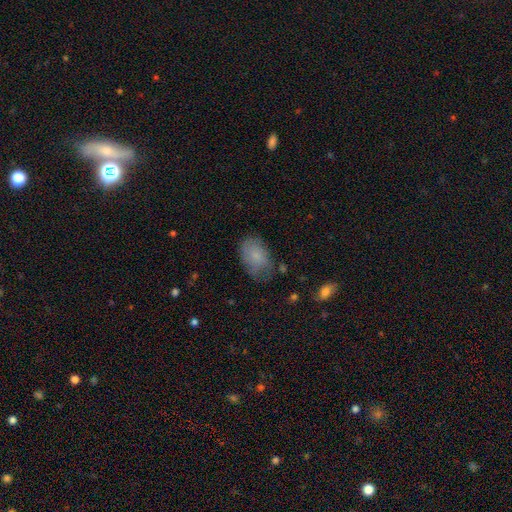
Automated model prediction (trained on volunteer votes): Smooth or featured?
  - smooth: 70% *
  - featured or disk: 22%
  - star or artifact: 8%
How rounded?
  - in between: 87% *
  - round: 12%
  - cigar-shaped: 1%
Merging?
  - none: 59% *
  - minor disturbance: 29%
  - major disturbance: 10%
  - merger: 2%